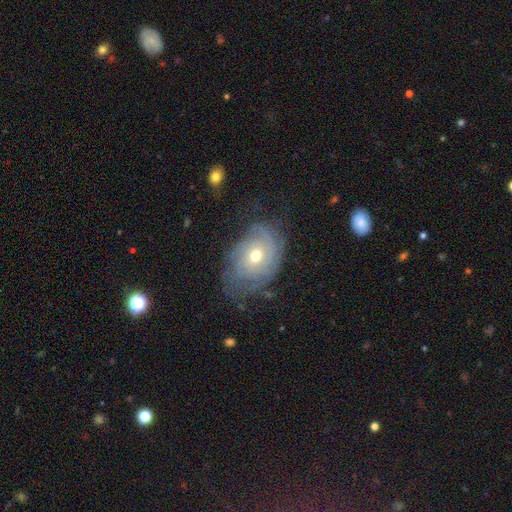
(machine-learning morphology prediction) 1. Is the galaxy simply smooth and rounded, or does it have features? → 74% featured or disk, 18% smooth, 8% star or artifact.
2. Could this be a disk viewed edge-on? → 95% no, 5% yes.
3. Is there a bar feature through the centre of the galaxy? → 80% no, 17% weak, 3% strong.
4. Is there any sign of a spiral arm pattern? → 86% yes, 14% no.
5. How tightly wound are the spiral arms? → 71% tight, 21% medium, 8% loose.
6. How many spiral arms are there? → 52% can't tell, 17% 2, 13% 3, 7% 4, 6% 1, 5% more than 4.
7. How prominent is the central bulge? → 61% moderate, 35% small, 3% large, 1% dominant, 1% none.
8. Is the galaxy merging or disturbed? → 63% none, 24% minor disturbance, 12% major disturbance, 1% merger.